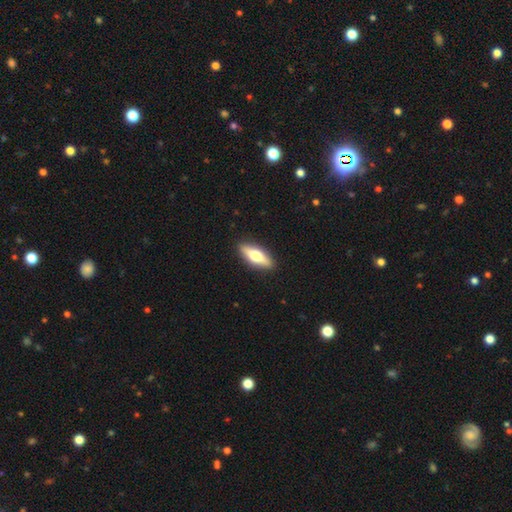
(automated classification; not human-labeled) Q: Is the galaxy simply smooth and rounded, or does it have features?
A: smooth — 50%.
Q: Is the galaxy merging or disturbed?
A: none — 90%.